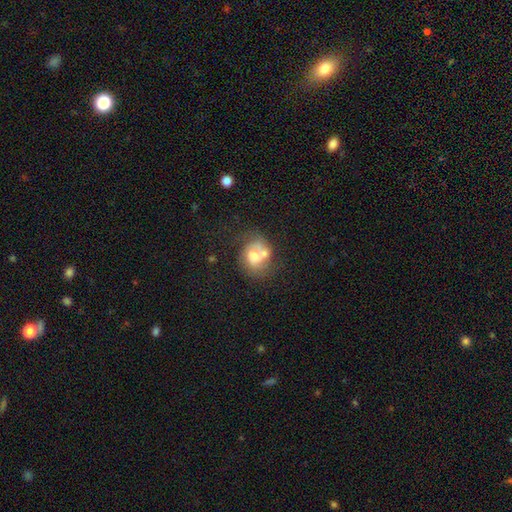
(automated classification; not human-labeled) Smooth or featured? smooth (47%)
Merging? merger (35%)